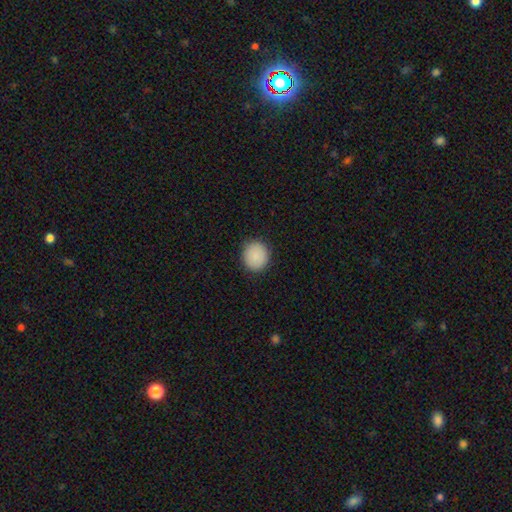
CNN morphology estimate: The model was most divided on "how rounded": round: 88%, in between: 12%, cigar-shaped: 1%. More confident: merging — none (89%); smooth or featured — smooth (89%).